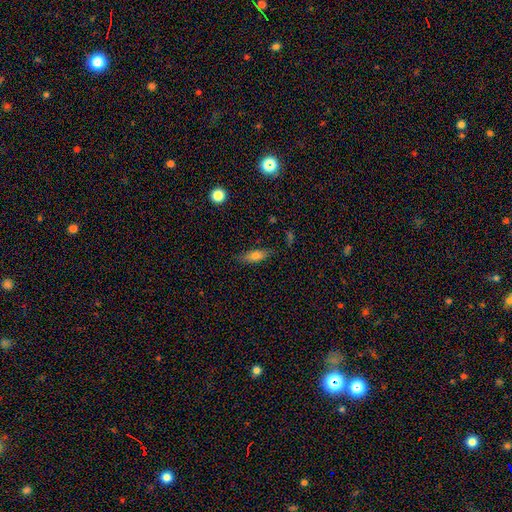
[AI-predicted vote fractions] A smooth galaxy with no disk features (68%) that is in between round and cigar-shaped (59%).

Vote fractions:
- Smooth or featured? smooth: 68% / featured or disk: 23% / star or artifact: 9%
- How rounded? in between: 59% / cigar-shaped: 37% / round: 3%
- Merging? none: 79% / minor disturbance: 16% / major disturbance: 4% / merger: 2%